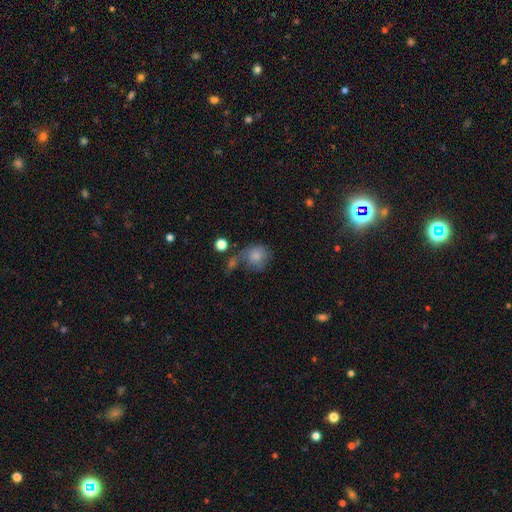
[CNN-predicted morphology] This is likely a smooth galaxy (77%). How rounded: likely round (71%). Merging: marginally none (35%).